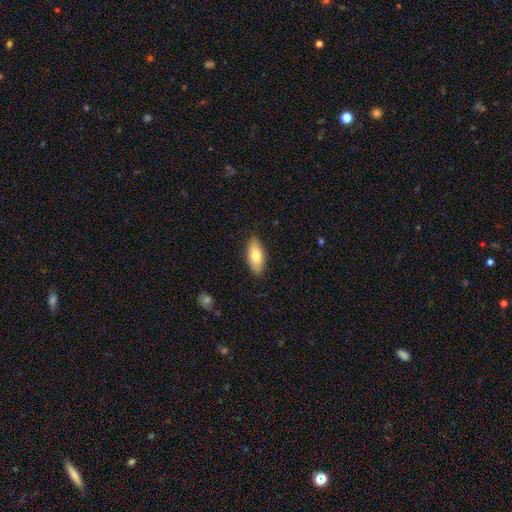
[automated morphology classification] smooth-or-featured: smooth: 75% | featured or disk: 18% | star or artifact: 6%
  how-rounded: in between: 85% | cigar-shaped: 12% | round: 3%
  merging: none: 87% | minor disturbance: 10% | major disturbance: 2% | merger: 1%